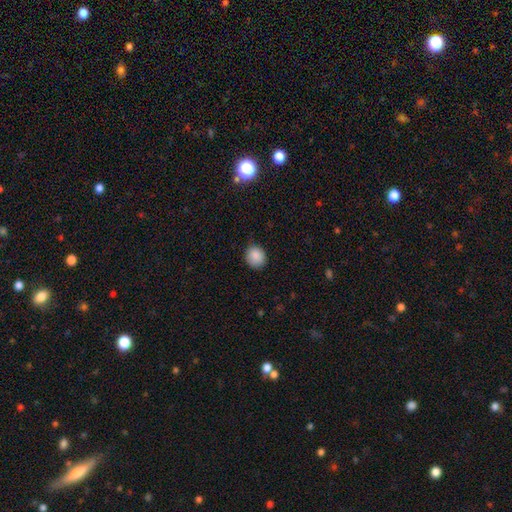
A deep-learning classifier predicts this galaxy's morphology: smooth_or_featured: smooth (p=0.88) [alt: star or artifact p=0.09]
how_rounded: round (p=0.74) [alt: in between p=0.25]
merging: none (p=0.78) [alt: minor disturbance p=0.18]